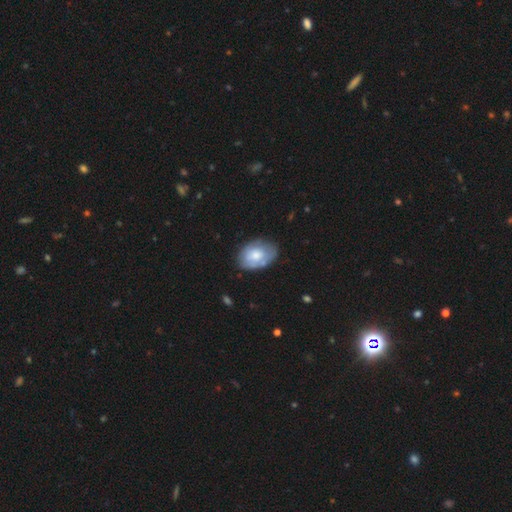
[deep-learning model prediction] Smooth or featured: smooth — 59% (featured or disk — 35%)
How rounded: in between — 82% (round — 16%)
Merging: none — 65% (minor disturbance — 25%)